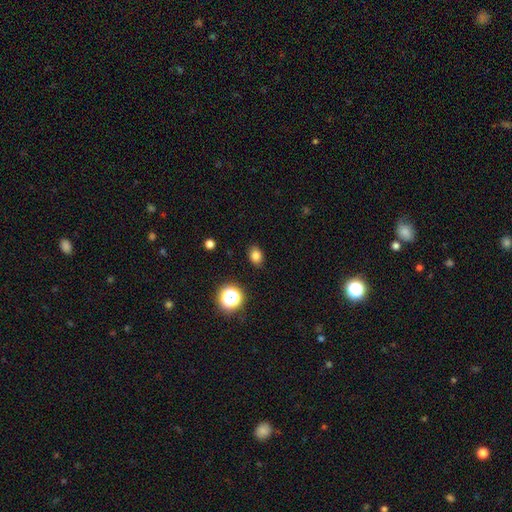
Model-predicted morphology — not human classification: A smooth galaxy with no disk features (81%) that is in between round and cigar-shaped (64%).

Vote fractions:
- Smooth or featured? smooth: 81% / star or artifact: 14% / featured or disk: 5%
- How rounded? in between: 64% / round: 35% / cigar-shaped: 1%
- Merging? none: 87% / minor disturbance: 9% / major disturbance: 3% / merger: 1%